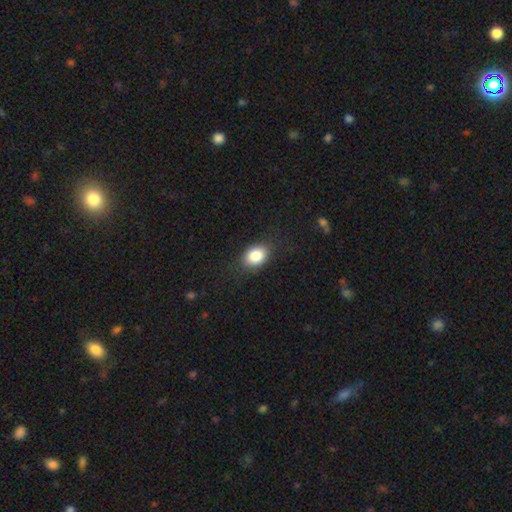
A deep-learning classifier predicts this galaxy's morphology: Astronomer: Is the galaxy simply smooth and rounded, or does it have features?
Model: smooth — 85%.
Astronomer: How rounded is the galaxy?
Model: in between — 73%.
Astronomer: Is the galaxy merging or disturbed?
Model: none — 82%.